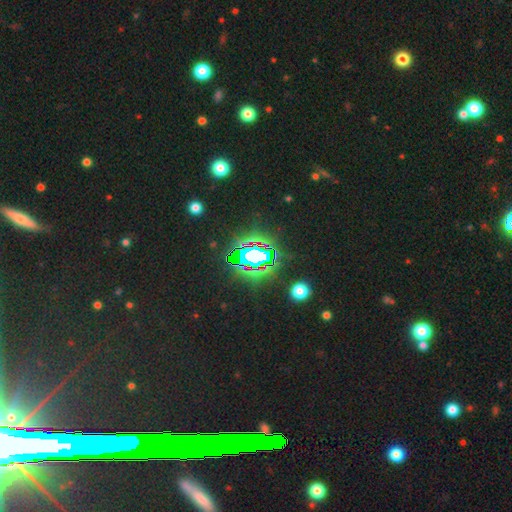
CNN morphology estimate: Smooth or featured: star or artifact — 76% (smooth — 13%)